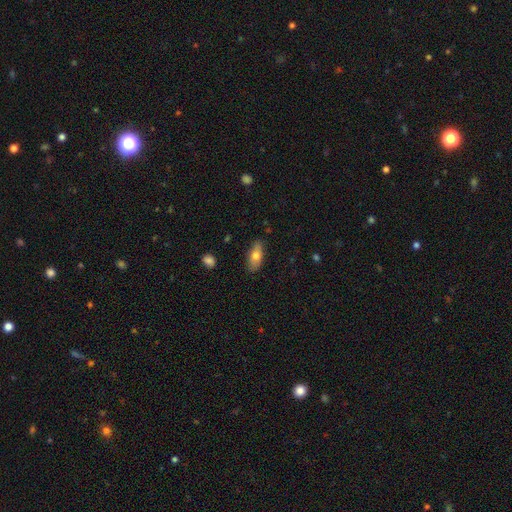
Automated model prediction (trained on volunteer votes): Smooth or featured? Predicted: smooth (p=0.73). How rounded? Predicted: in between (p=0.81). Merging? Predicted: none (p=0.80).